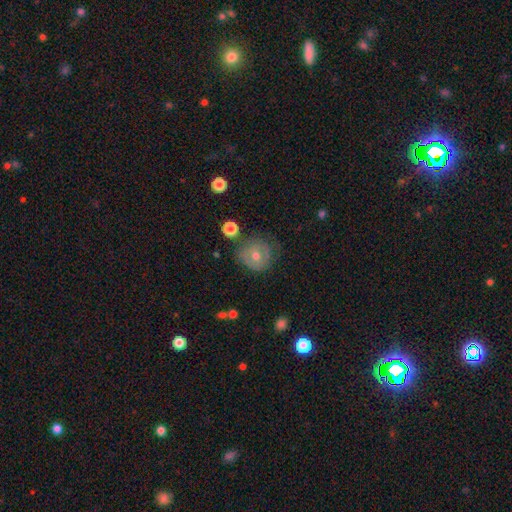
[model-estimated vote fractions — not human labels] smooth-or-featured: featured or disk: 45% (tied) | smooth: 45% (tied) | star or artifact: 10%
  merging: none: 71% | minor disturbance: 20% | major disturbance: 7% | merger: 2%